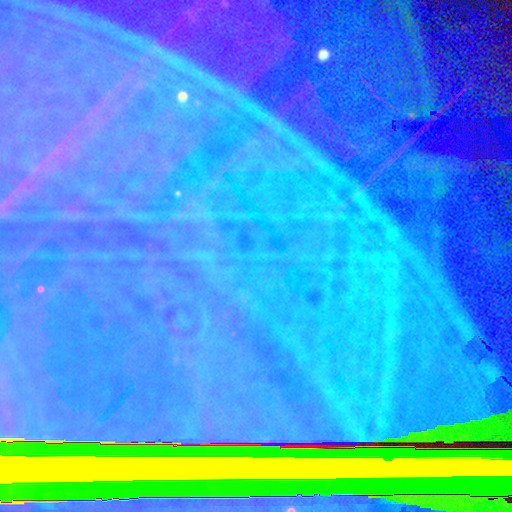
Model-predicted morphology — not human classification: A star or artifact, not a galaxy (86%).